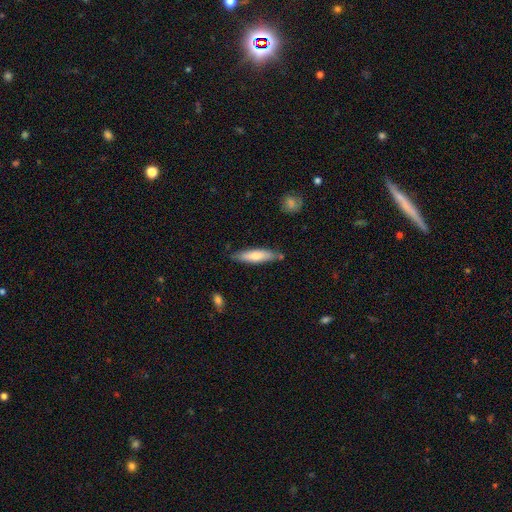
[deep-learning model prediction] Morphology: type=smooth (66%); roundness=cigar-shaped (74%); merging=none (78%).